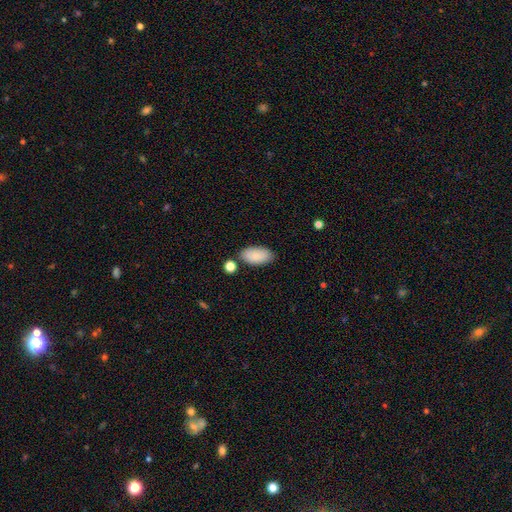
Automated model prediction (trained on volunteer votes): Overall: smooth (88%). How rounded: in between (94%). Merging: none (78%).